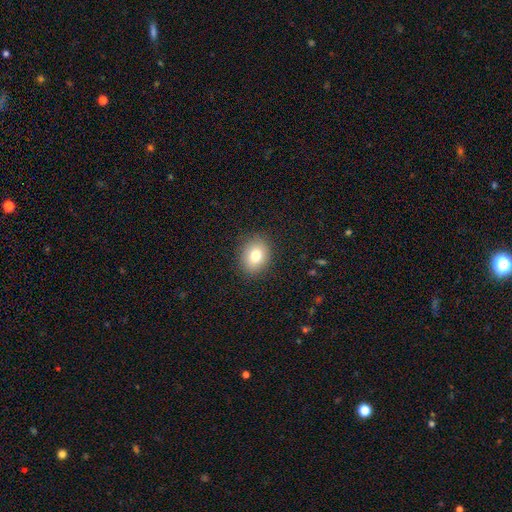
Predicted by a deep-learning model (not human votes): smooth 79%, featured or disk 11%, star or artifact 10%. Down the decision tree: how rounded — round (51%); merging — none (88%).